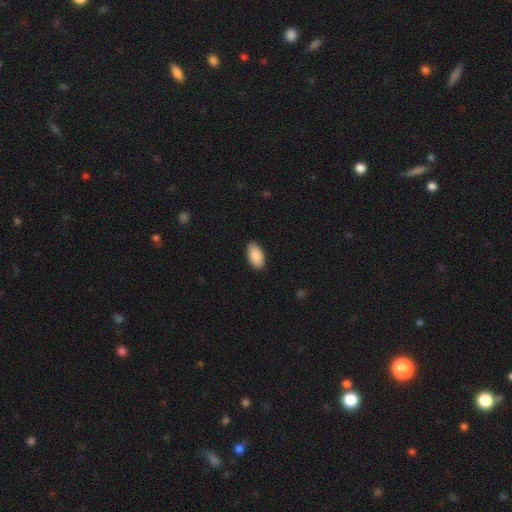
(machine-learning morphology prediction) smooth-or-featured: smooth: 91% | star or artifact: 6% | featured or disk: 3%
  how-rounded: in between: 95% | round: 2% | cigar-shaped: 2%
  merging: none: 89% | minor disturbance: 8% | major disturbance: 2% | merger: 1%